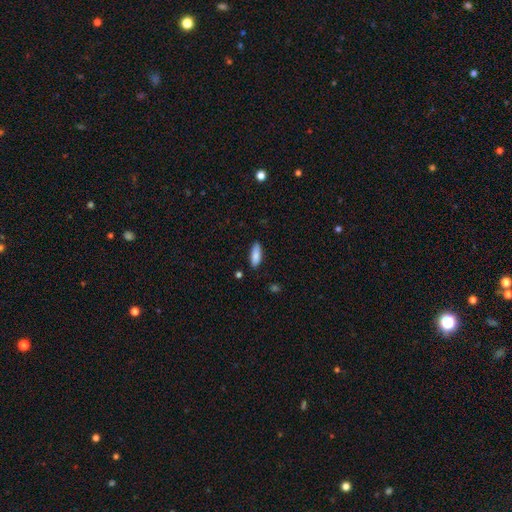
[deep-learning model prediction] Smooth or featured? smooth (87%)
How rounded? in between (67%)
Merging? none (83%)